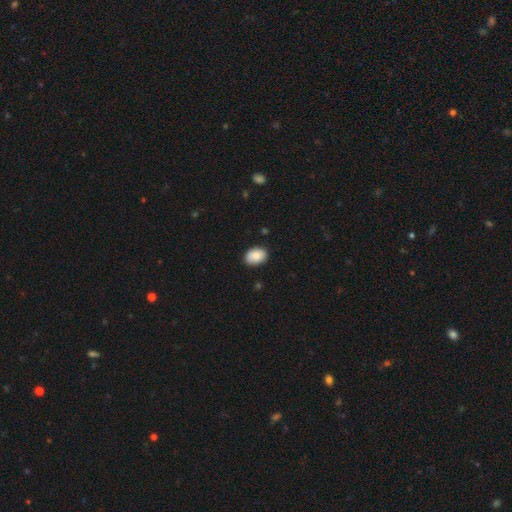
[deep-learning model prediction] Overall: smooth (86%). How rounded: in between (79%). Merging: none (84%).